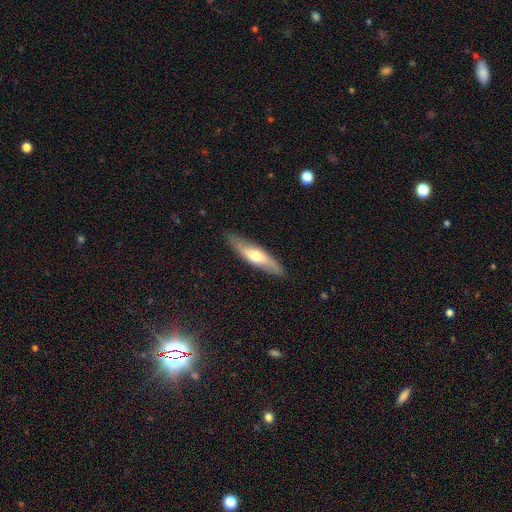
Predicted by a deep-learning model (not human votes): This is possibly a smooth galaxy (49%). Merging: clearly none (86%).